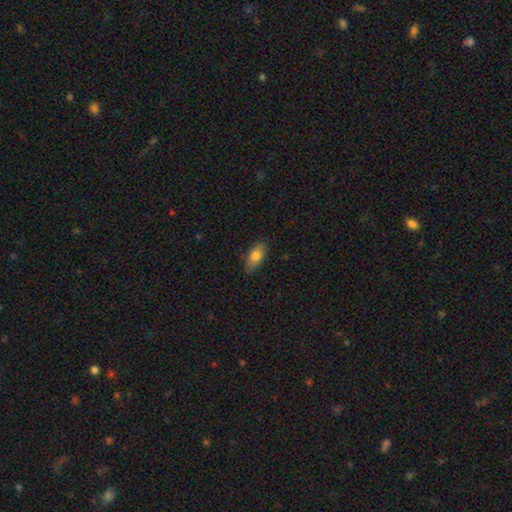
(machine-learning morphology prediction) type=smooth (77%); roundness=in between (85%); merging=none (79%).